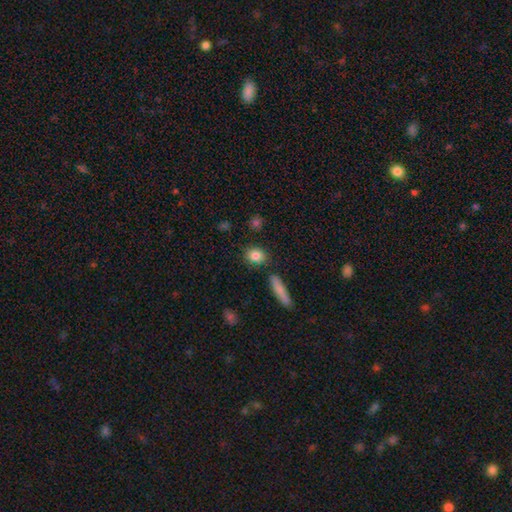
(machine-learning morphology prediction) smooth_or_featured: smooth (p=0.83) [alt: star or artifact p=0.09]
how_rounded: round (p=0.53) [alt: in between p=0.43]
merging: none (p=0.83) [alt: minor disturbance p=0.09]